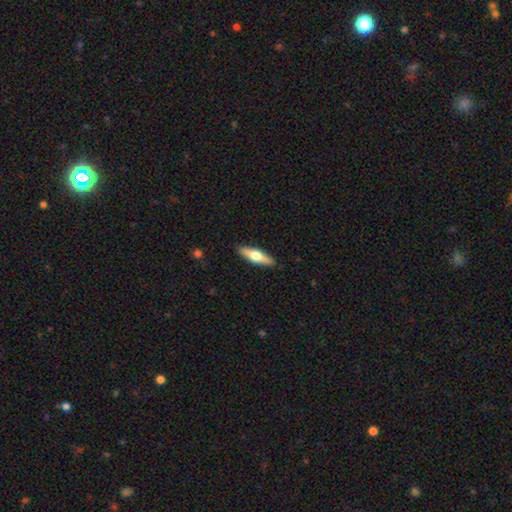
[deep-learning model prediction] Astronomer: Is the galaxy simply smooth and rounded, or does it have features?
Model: featured or disk — 51% (runner-up: smooth, 44%).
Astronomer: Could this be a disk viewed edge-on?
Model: yes — 93%.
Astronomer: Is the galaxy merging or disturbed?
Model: none — 90%.